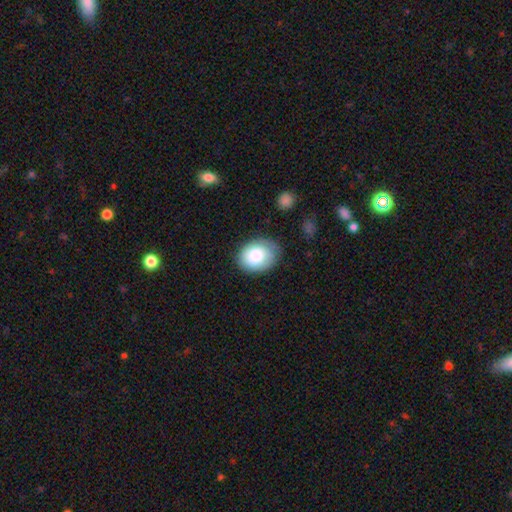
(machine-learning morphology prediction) The model was most divided on "how rounded": in between: 60%, round: 39%, cigar-shaped: 1%. More confident: smooth or featured — smooth (78%); merging — none (72%).